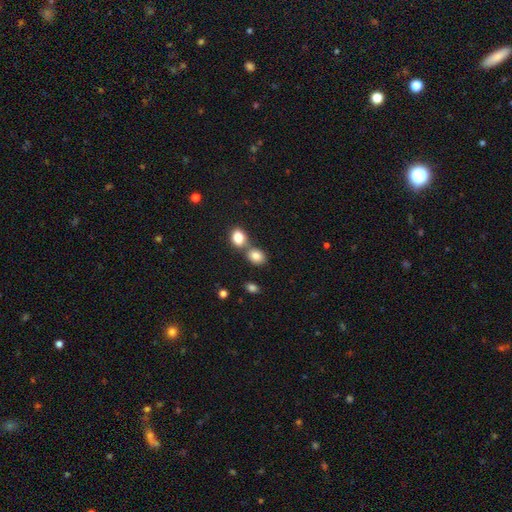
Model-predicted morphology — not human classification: Smooth or featured? Predicted: smooth (p=0.82). How rounded? Predicted: in between (p=0.58). Merging? Predicted: none (p=0.48).